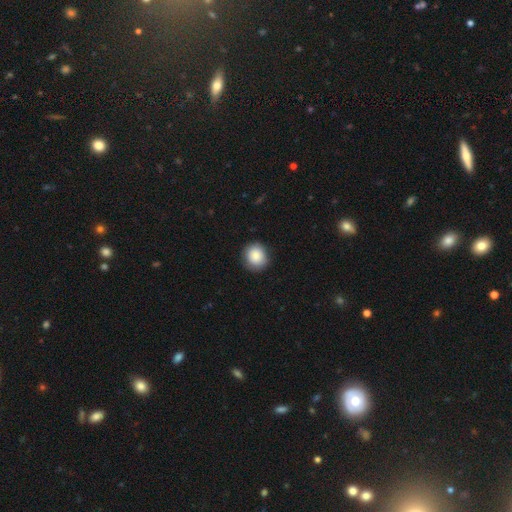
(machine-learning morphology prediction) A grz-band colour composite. It shows a smooth galaxy with no disk features (86%) that is round (85%). Merging: none (87%).